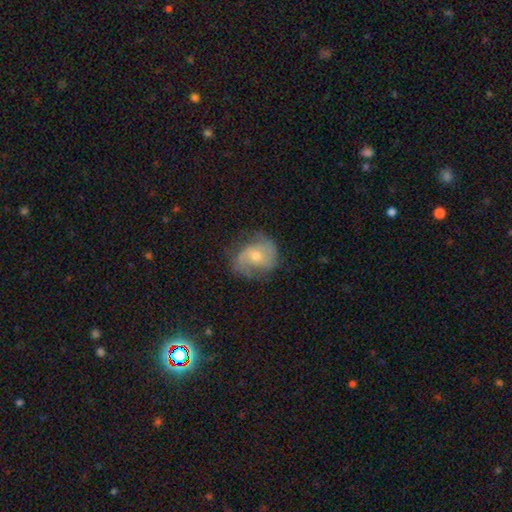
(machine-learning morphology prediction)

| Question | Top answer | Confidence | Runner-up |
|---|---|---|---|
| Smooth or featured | featured or disk | 68% | smooth (23%) |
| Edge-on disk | no | 97% | yes (3%) |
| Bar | no | 59% | weak (33%) |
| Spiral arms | yes | 88% | no (12%) |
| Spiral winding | medium | 45% | tight (29%) |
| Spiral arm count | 2 | 64% | can't tell (18%) |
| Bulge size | moderate | 52% | small (43%) |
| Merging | none | 63% | minor disturbance (24%) |